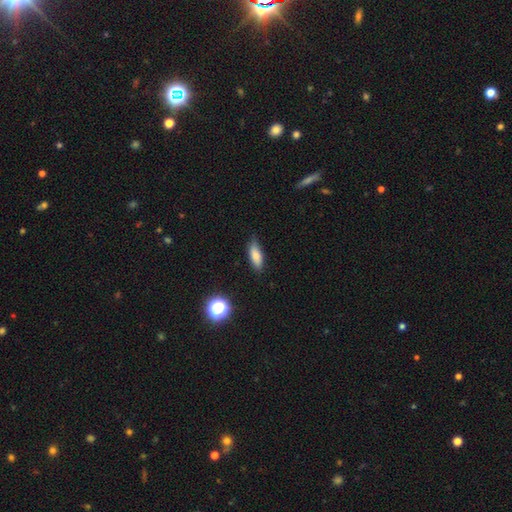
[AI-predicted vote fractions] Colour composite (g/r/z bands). It shows a smooth galaxy with no disk features (78%) that is in between round and cigar-shaped (67%). Merging: none (77%).